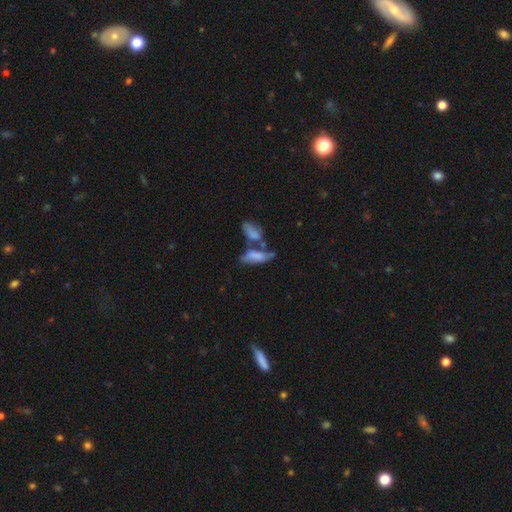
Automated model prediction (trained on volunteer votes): Smooth or featured? Predicted: smooth (p=0.63). How rounded? Predicted: in between (p=0.72). Merging? Predicted: merger (p=0.50).